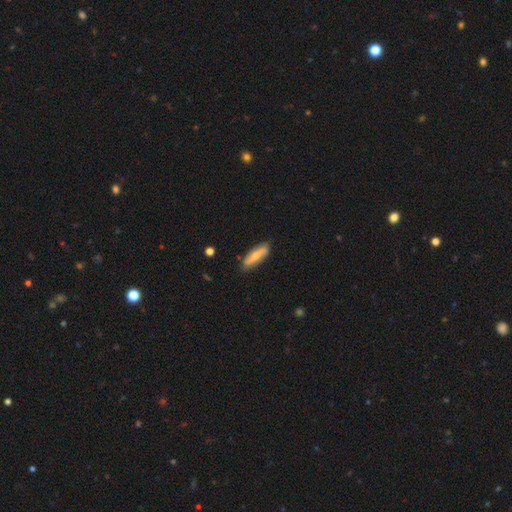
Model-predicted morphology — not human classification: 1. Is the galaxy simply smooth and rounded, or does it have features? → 52% featured or disk, 43% smooth, 6% star or artifact.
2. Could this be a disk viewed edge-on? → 53% no, 47% yes.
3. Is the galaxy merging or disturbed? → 82% none, 14% minor disturbance, 2% major disturbance, 2% merger.